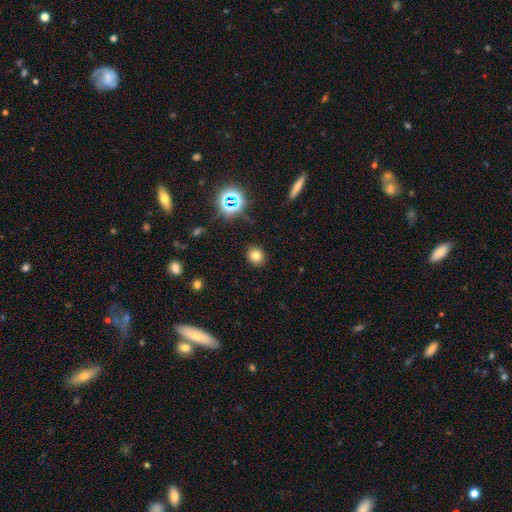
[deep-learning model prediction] A smooth galaxy with no disk features (74%) that is round (71%).

Vote fractions:
- Smooth or featured? smooth: 74% / star or artifact: 18% / featured or disk: 8%
- How rounded? round: 71% / in between: 28% / cigar-shaped: 1%
- Merging? none: 89% / minor disturbance: 7% / major disturbance: 2% / merger: 1%